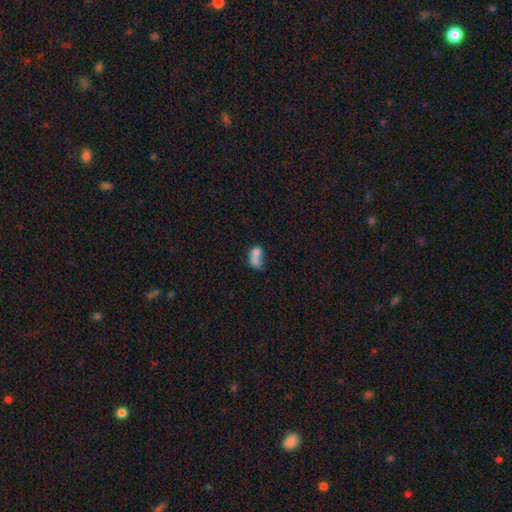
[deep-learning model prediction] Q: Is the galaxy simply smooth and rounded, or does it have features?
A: smooth — 70%.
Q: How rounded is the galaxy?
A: in between — 61%.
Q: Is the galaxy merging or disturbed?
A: merger — 68%.